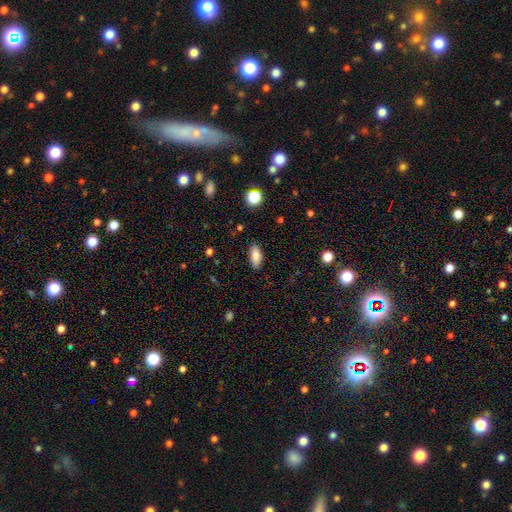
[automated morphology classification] The model was most divided on "how rounded": in between: 83%, cigar-shaped: 14%, round: 3%. More confident: merging — none (87%); smooth or featured — smooth (84%).